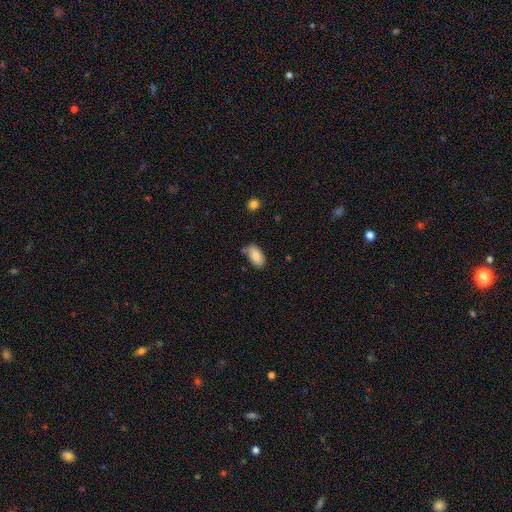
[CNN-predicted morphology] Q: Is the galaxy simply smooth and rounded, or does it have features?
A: smooth — 86%.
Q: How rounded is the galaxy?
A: in between — 93%.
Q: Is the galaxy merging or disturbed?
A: none — 68%.